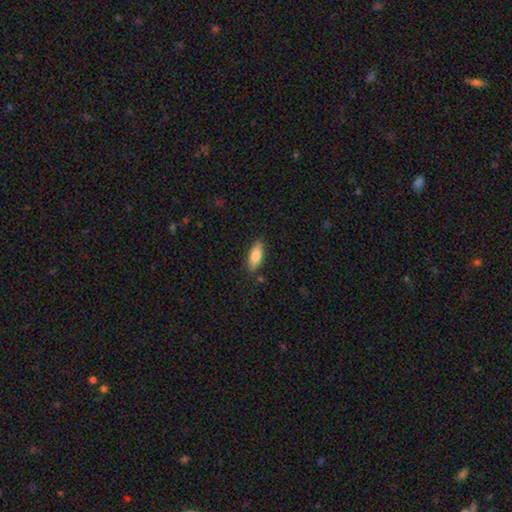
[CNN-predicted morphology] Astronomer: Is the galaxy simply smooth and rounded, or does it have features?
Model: smooth — 80%.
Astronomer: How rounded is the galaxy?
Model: in between — 73%.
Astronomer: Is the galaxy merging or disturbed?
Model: none — 85%.